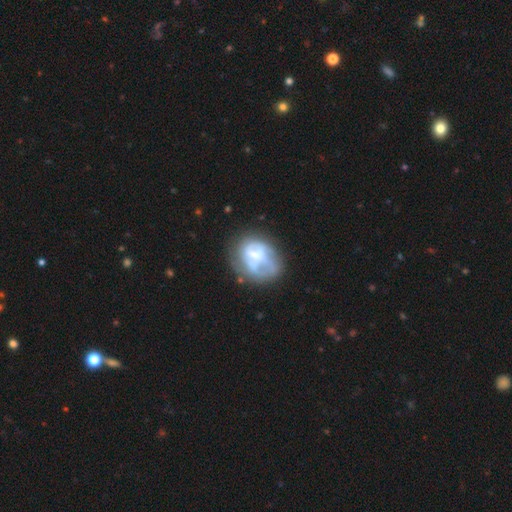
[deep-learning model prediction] smooth-or-featured: featured or disk: 54% | smooth: 37% | star or artifact: 9%
  disk-edge-on: no: 98% | yes: 2%
    bar: no: 71% | weak: 23% | strong: 6%
    has-spiral-arms: no: 68% | yes: 32%
    bulge-size: small: 33% | none: 31% | moderate: 27% | large: 7% | dominant: 2%
  merging: none: 39% | major disturbance: 29% | minor disturbance: 24% | merger: 7%